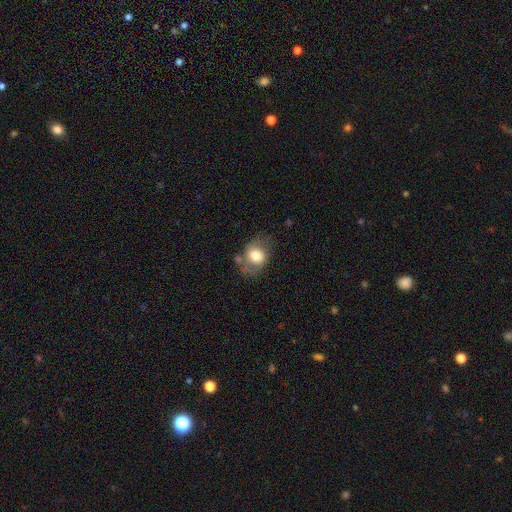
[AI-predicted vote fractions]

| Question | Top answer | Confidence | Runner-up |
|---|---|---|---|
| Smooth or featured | smooth | 70% | featured or disk (23%) |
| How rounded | in between | 52% | round (47%) |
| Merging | none | 54% | minor disturbance (25%) |